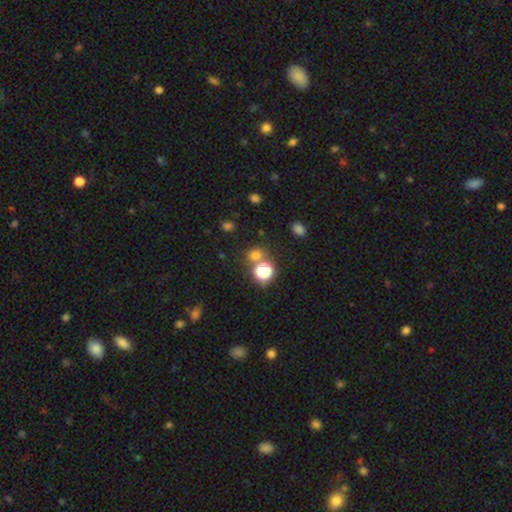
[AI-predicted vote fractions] Smooth or featured: smooth — 64% (star or artifact — 30%)
How rounded: round — 77% (in between — 22%)
Merging: none — 68% (merger — 19%)